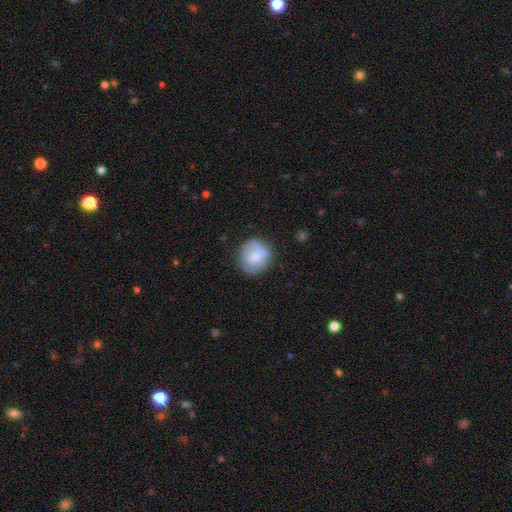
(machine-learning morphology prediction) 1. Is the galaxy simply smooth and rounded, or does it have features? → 71% smooth, 22% featured or disk, 7% star or artifact.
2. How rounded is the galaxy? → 74% round, 25% in between, 1% cigar-shaped.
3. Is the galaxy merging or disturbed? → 70% none, 22% minor disturbance, 6% major disturbance, 2% merger.